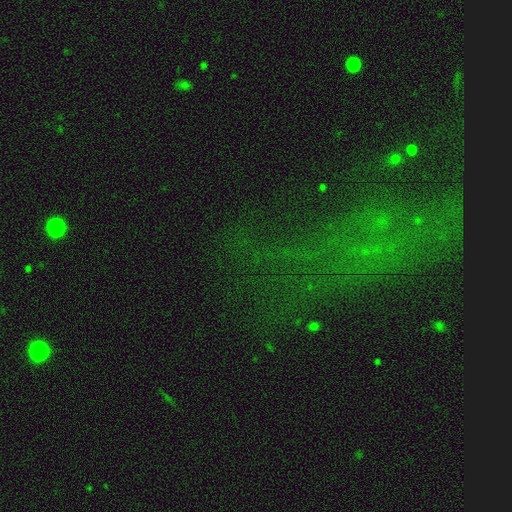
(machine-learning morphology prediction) This appears to be a star or artifact, not a galaxy (69%).